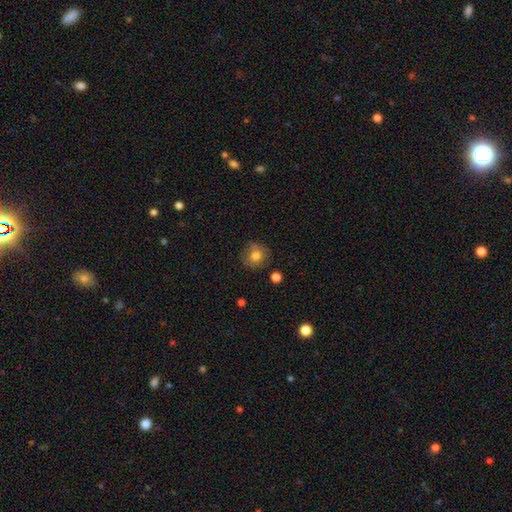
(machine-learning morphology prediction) This appears to be a smooth galaxy with no disk features (77%) that is round (90%). Merging: none (78%).